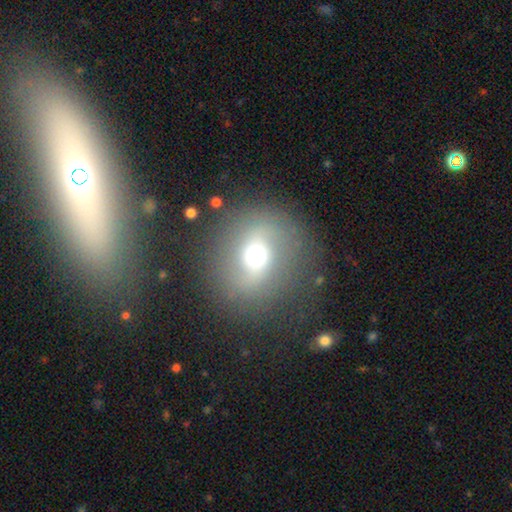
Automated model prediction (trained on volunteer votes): Smooth or featured? Predicted: featured or disk (p=0.50). Edge-on disk? Predicted: no (p=0.93). Merging? Predicted: none (p=0.82).